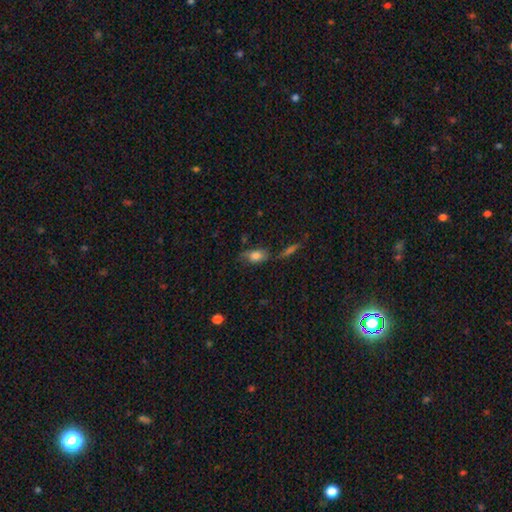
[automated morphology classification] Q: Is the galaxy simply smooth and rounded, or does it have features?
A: smooth — 67%.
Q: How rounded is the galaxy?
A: in between — 82%.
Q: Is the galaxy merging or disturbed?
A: none — 58%.